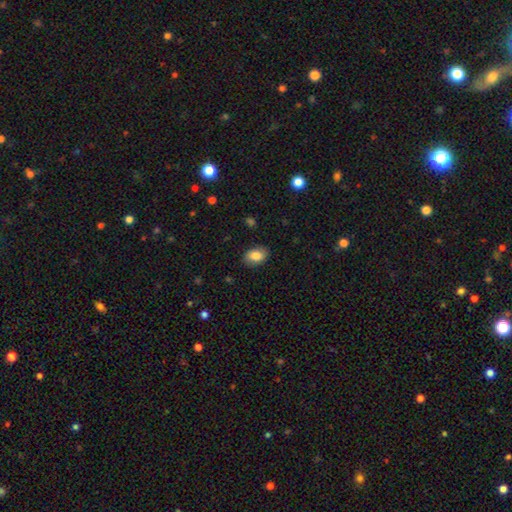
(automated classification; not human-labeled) A smooth galaxy with no disk features (85%) that is in between round and cigar-shaped (86%). Merging: none (85%).